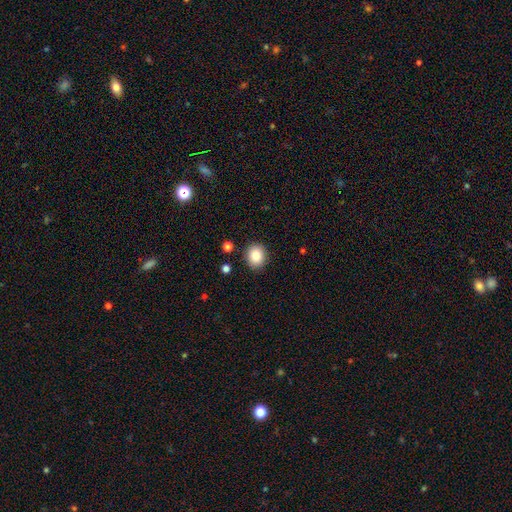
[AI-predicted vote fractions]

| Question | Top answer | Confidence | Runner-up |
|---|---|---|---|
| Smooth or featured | smooth | 86% | star or artifact (9%) |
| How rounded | round | 73% | in between (26%) |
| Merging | none | 88% | minor disturbance (8%) |